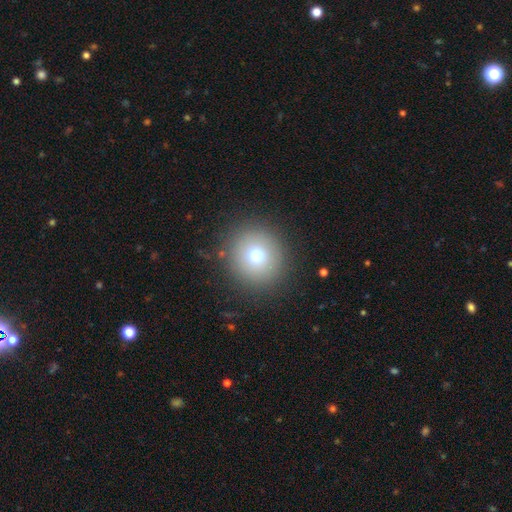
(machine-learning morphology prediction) smooth-or-featured: smooth: 70% | star or artifact: 18% | featured or disk: 12%
  how-rounded: round: 93% | in between: 6% | cigar-shaped: 1%
  merging: none: 89% | minor disturbance: 6% | major disturbance: 4% | merger: 1%